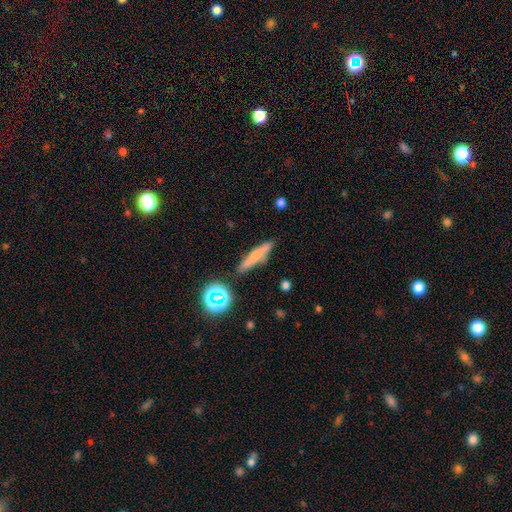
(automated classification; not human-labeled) Smooth or featured? smooth (58%)
How rounded? cigar-shaped (82%)
Merging? none (79%)